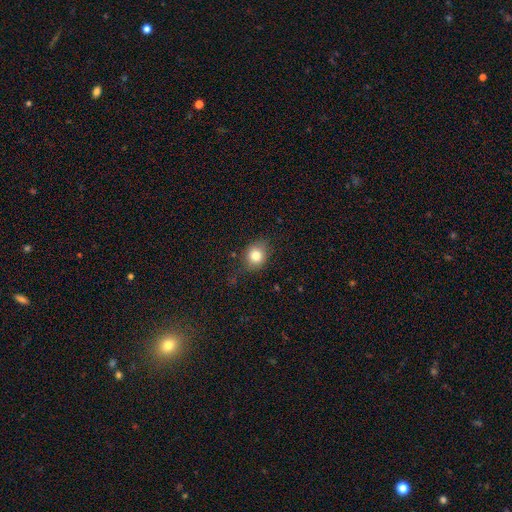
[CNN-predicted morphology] This appears to be a smooth galaxy with no disk features (81%) that is round (63%). Merging: none (75%).